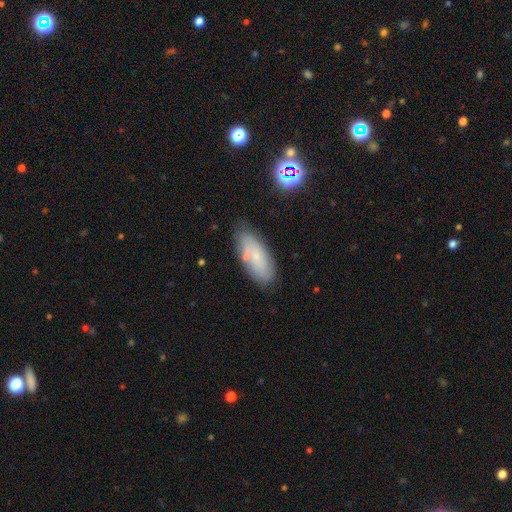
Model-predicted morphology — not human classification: A smooth galaxy with no disk features (59%) that is in between round and cigar-shaped (76%).

Vote fractions:
- Smooth or featured? smooth: 59% / featured or disk: 29% / star or artifact: 12%
- How rounded? in between: 76% / cigar-shaped: 21% / round: 2%
- Merging? none: 75% / minor disturbance: 17% / merger: 4% / major disturbance: 4%